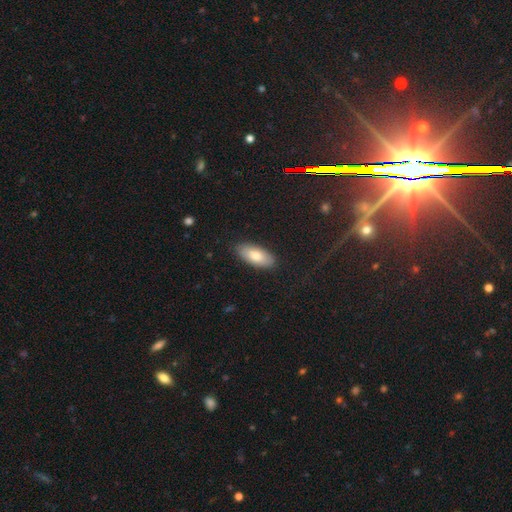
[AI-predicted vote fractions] The model was most divided on "smooth or featured": smooth: 78%, featured or disk: 16%, star or artifact: 7%. More confident: how rounded — in between (87%); merging — none (87%).